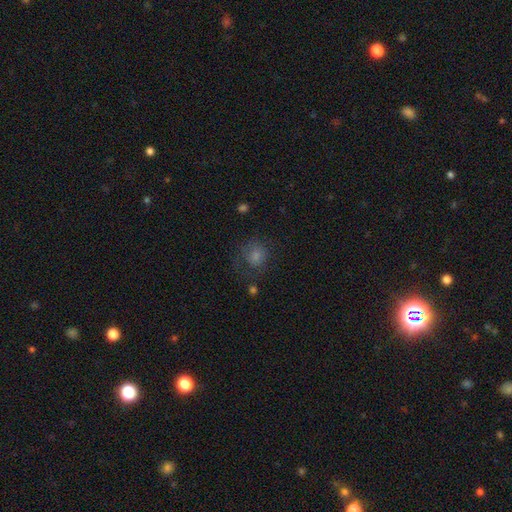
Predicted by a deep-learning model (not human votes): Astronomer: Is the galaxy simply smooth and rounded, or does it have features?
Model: smooth — 54%.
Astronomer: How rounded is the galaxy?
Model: round — 78%.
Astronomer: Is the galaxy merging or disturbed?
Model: none — 63%.